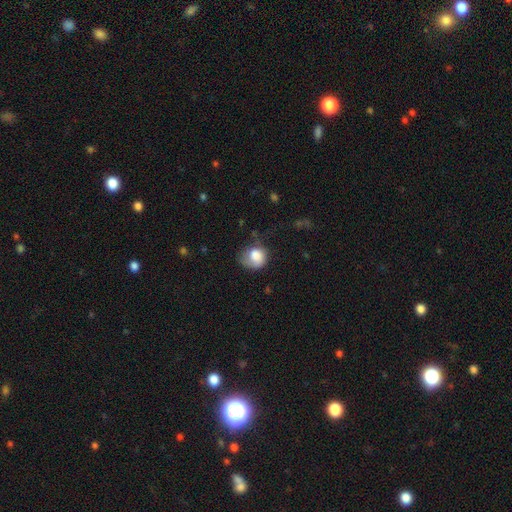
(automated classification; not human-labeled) A smooth galaxy with no disk features (79%) that is round (70%). Merging: none (40%).